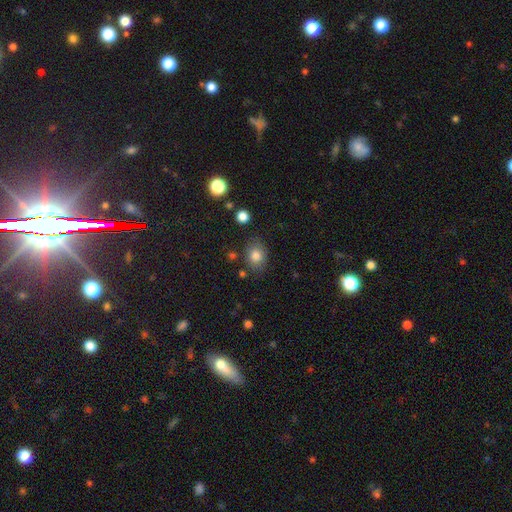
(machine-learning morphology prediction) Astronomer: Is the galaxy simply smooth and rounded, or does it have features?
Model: smooth — 82%.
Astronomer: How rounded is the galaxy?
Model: in between — 56% (runner-up: round, 43%).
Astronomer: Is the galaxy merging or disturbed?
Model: none — 78%.